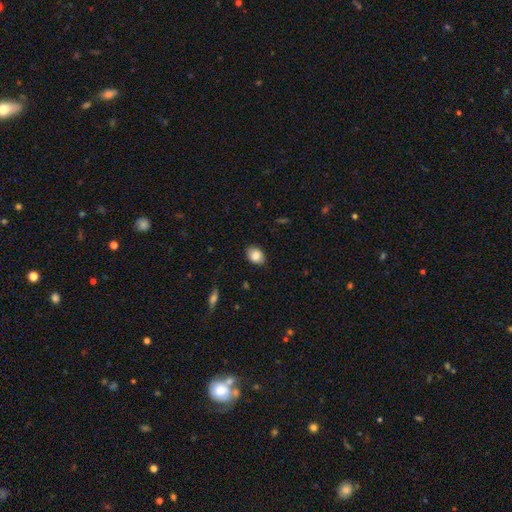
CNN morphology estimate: This is clearly a smooth galaxy (84%). How rounded: likely in between (73%). Merging: clearly none (85%).